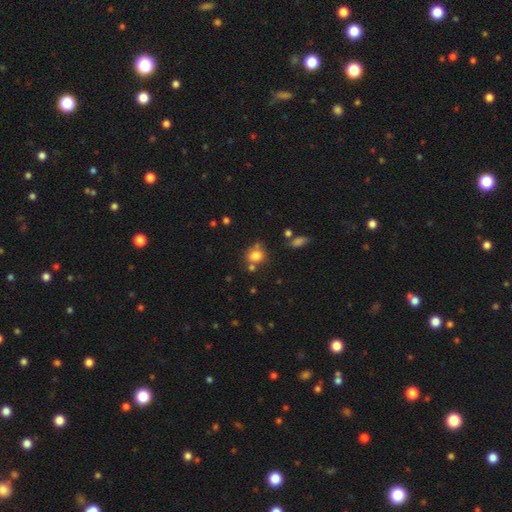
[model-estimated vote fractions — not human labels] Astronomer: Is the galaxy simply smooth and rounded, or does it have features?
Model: smooth — 79%.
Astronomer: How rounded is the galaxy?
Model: round — 70%.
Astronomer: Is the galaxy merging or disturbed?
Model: none — 61%.